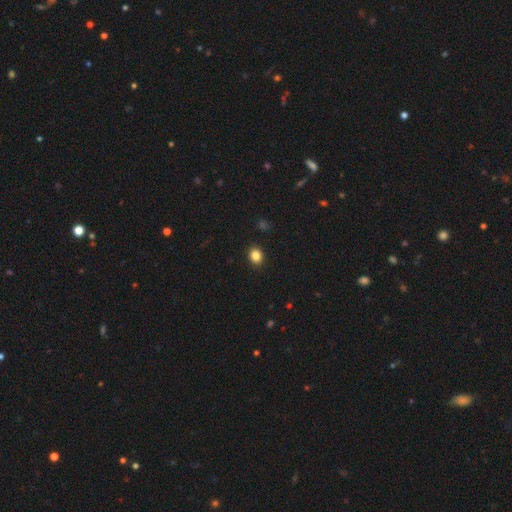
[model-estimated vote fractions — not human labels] smooth-or-featured: smooth: 84% | star or artifact: 11% | featured or disk: 5%
  how-rounded: round: 56% | in between: 43% | cigar-shaped: 1%
  merging: none: 91% | minor disturbance: 7% | major disturbance: 2% | merger: 1%